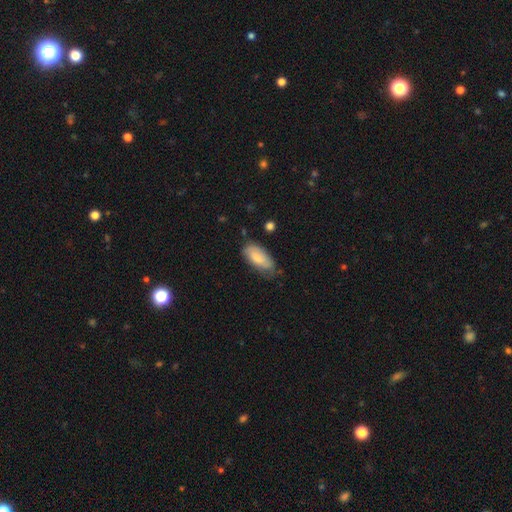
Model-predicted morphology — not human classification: smooth_or_featured: smooth (p=0.75) [alt: featured or disk p=0.19]
how_rounded: in between (p=0.88) [alt: cigar-shaped p=0.09]
merging: none (p=0.58) [alt: minor disturbance p=0.32]